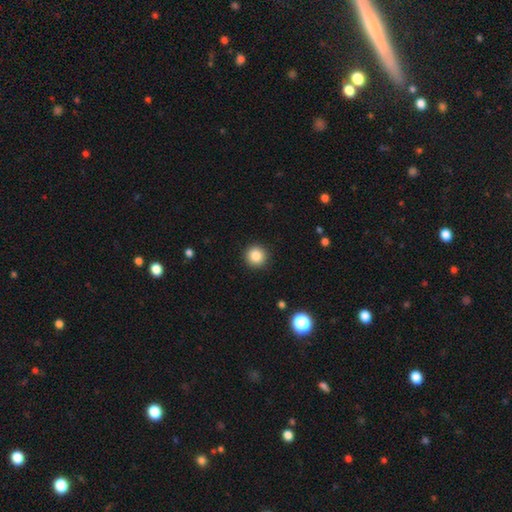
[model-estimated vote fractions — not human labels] A smooth galaxy with no disk features (86%) that is round (95%).

Vote fractions:
- Smooth or featured? smooth: 86% / star or artifact: 10% / featured or disk: 4%
- How rounded? round: 95% / in between: 4% / cigar-shaped: 1%
- Merging? none: 92% / minor disturbance: 5% / major disturbance: 2% / merger: 1%